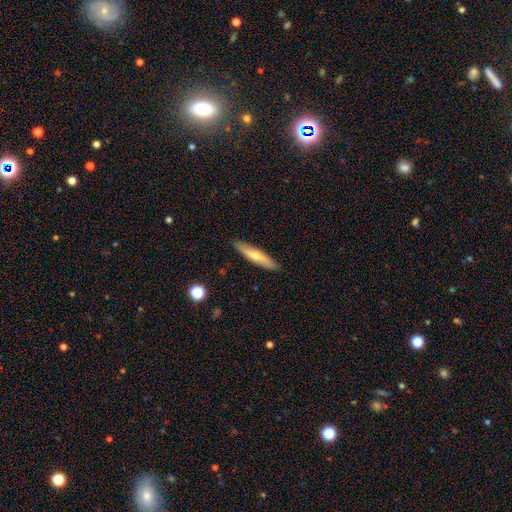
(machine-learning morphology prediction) Q: Smooth or featured?
A: smooth (57%); runner-up: featured or disk (37%)
Q: How rounded?
A: cigar-shaped (85%); runner-up: in between (13%)
Q: Merging?
A: none (88%); runner-up: minor disturbance (9%)